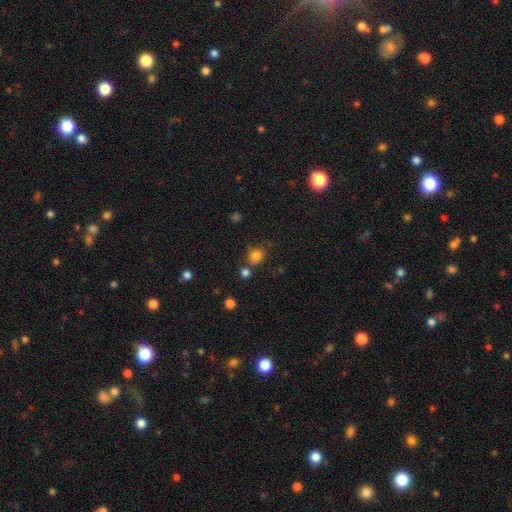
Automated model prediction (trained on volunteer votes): Smooth or featured?
  - smooth: 81% *
  - star or artifact: 13%
  - featured or disk: 5%
How rounded?
  - round: 80% *
  - in between: 19%
  - cigar-shaped: 1%
Merging?
  - none: 72% *
  - merger: 13%
  - minor disturbance: 12%
  - major disturbance: 4%